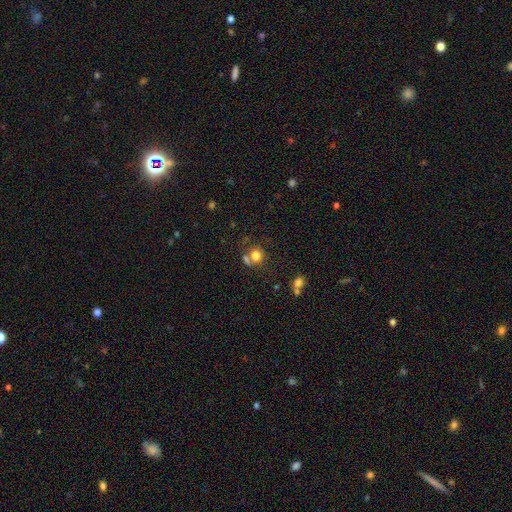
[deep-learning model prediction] This is likely a smooth galaxy (75%). How rounded: likely round (79%). Merging: possibly none (55%).